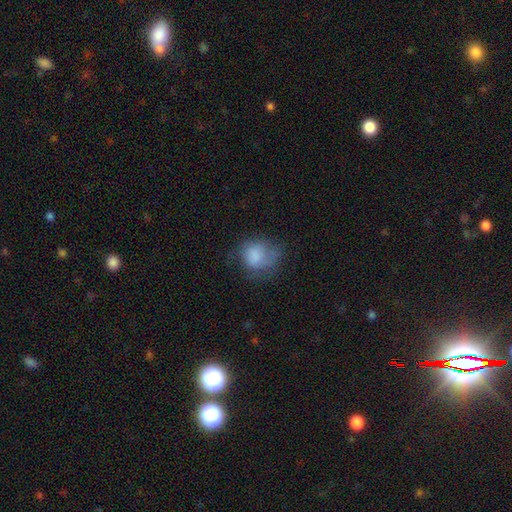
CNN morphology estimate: This appears to be a smooth galaxy with no disk features (72%) that is round (67%). Merging: none (44%).